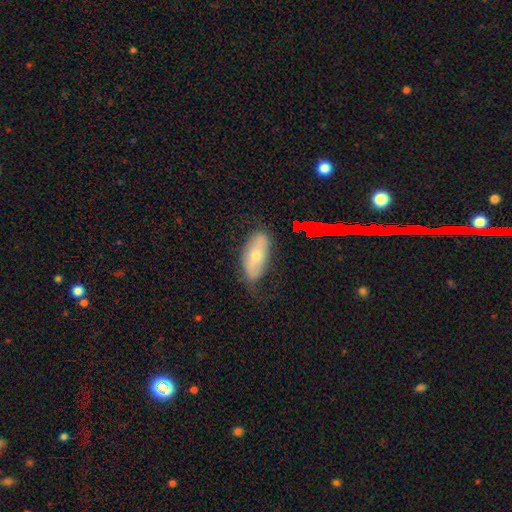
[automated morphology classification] This appears to be a smooth galaxy with no disk features (51%) that is in between round and cigar-shaped (85%). Merging: none (59%).